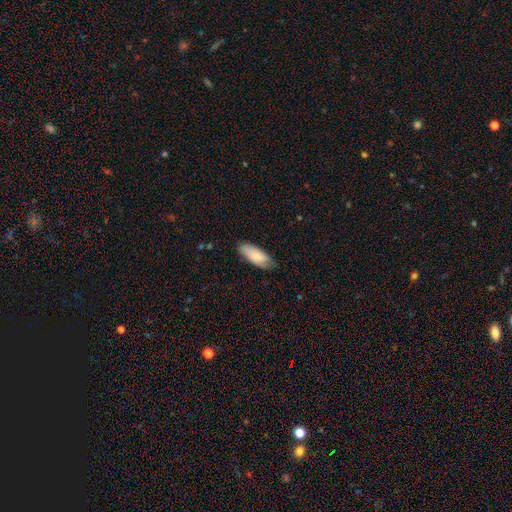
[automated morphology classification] smooth_or_featured: smooth (p=0.71) [alt: featured or disk p=0.23]
how_rounded: in between (p=0.76) [alt: cigar-shaped p=0.22]
merging: none (p=0.72) [alt: minor disturbance p=0.23]